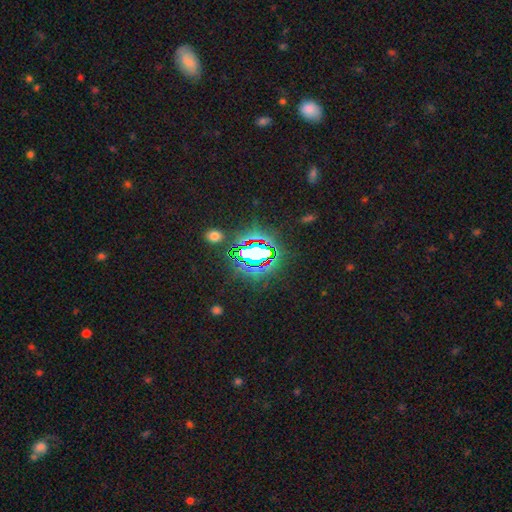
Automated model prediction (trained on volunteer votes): This appears to be a star or artifact, not a galaxy (76%).